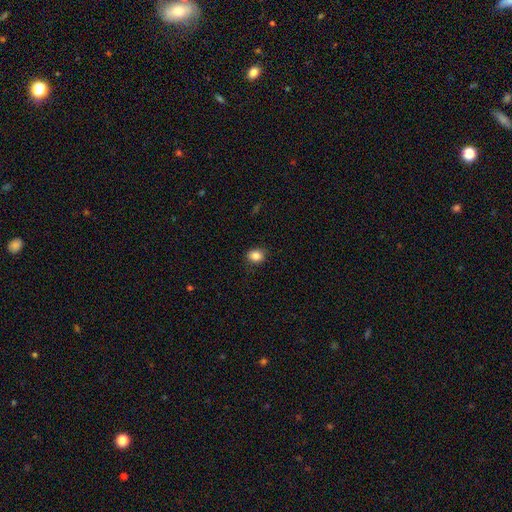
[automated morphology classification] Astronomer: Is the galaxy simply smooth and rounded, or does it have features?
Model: smooth — 86%.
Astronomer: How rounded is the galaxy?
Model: round — 55% (runner-up: in between, 44%).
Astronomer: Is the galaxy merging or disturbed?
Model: none — 87%.